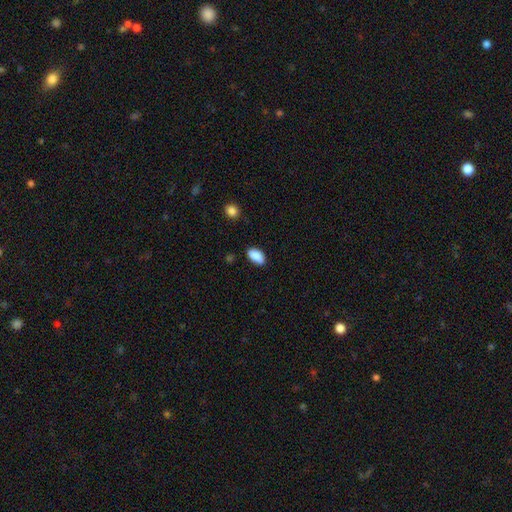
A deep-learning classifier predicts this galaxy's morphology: This is clearly a smooth galaxy (88%). How rounded: clearly in between (92%). Merging: likely none (78%).